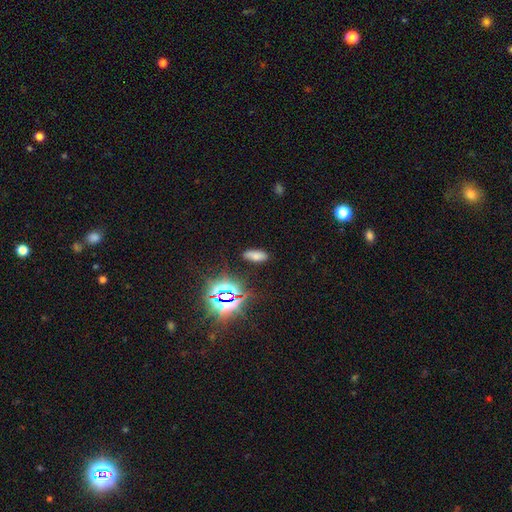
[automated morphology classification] A smooth galaxy with no disk features (64%) that is in between round and cigar-shaped (79%). Merging: none (86%).